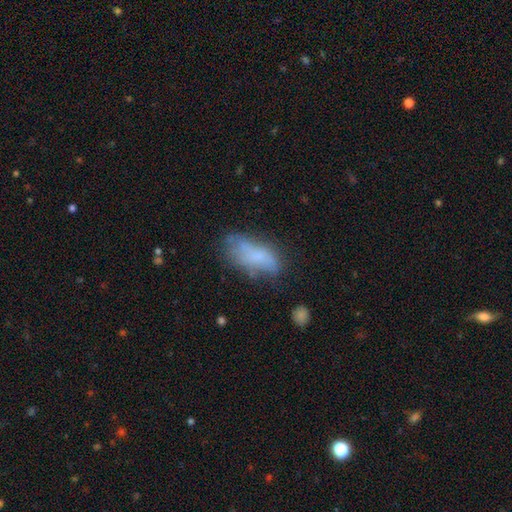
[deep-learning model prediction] Overall: smooth (63%; featured or disk 27%). How rounded: in between (83%). Merging: none (46%; minor disturbance 30%).